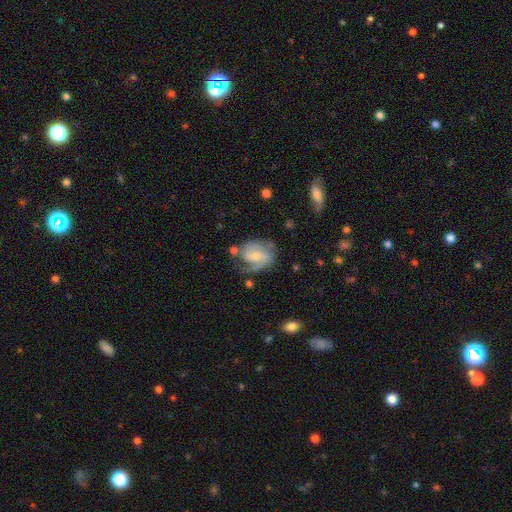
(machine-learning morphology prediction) smooth_or_featured: featured or disk (p=0.76) [alt: smooth p=0.18]
disk_edge_on: no (p=0.97) [alt: yes p=0.03]
bar: weak (p=0.49) [alt: no p=0.36]
has_spiral_arms: yes (p=0.91) [alt: no p=0.09]
spiral_winding: medium (p=0.48) [alt: tight p=0.27]
spiral_arm_count: 2 (p=0.63) [alt: 1 p=0.15]
bulge_size: small (p=0.52) [alt: moderate p=0.36]
merging: none (p=0.53) [alt: minor disturbance p=0.24]